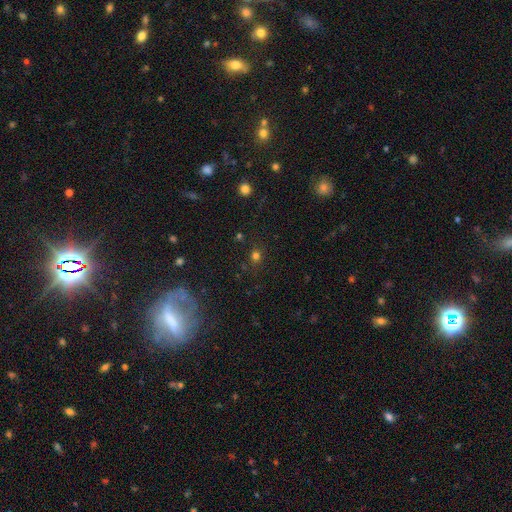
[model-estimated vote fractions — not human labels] Overall: smooth (71%). How rounded: round (79%). Merging: none (82%).